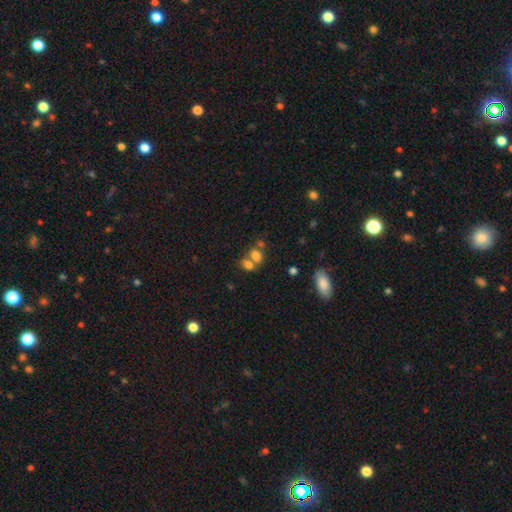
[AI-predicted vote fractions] Smooth or featured?
  - smooth: 73% *
  - featured or disk: 14%
  - star or artifact: 14%
How rounded?
  - in between: 67% *
  - round: 31%
  - cigar-shaped: 2%
Merging?
  - merger: 56% *
  - none: 30%
  - minor disturbance: 9%
  - major disturbance: 5%